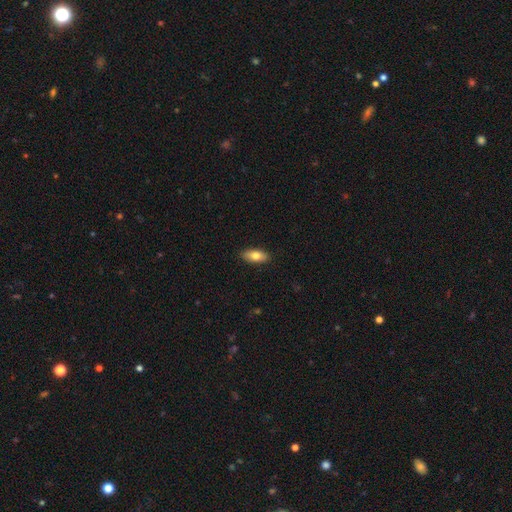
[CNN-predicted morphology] The model was most divided on "smooth or featured": smooth: 77%, featured or disk: 17%, star or artifact: 6%. More confident: merging — none (90%); how rounded — in between (83%).